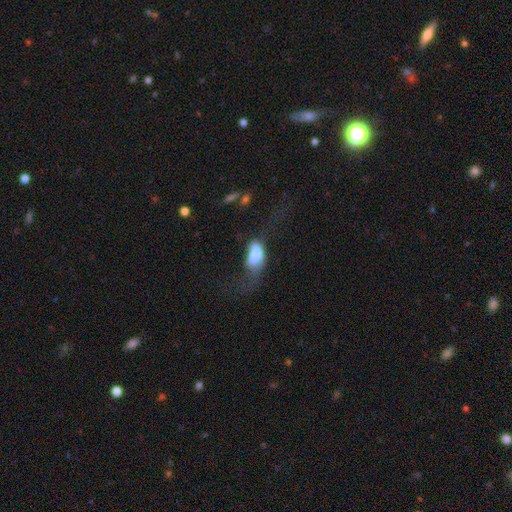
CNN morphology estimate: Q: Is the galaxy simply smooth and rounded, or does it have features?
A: smooth — 71%.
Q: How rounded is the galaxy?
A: in between — 90%.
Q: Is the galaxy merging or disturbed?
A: major disturbance — 49%.